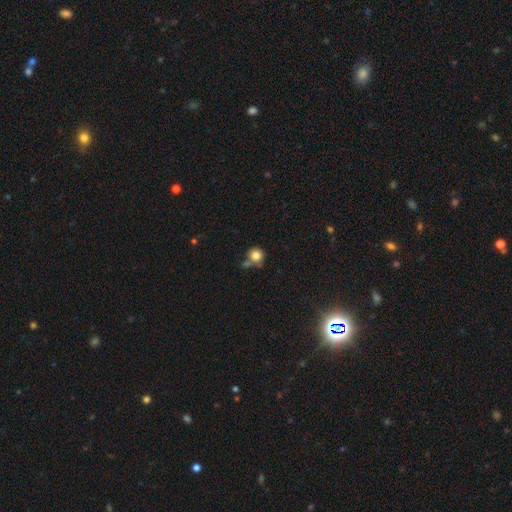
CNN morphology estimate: smooth 81%, star or artifact 10%, featured or disk 8%. Down the decision tree: how rounded — round (90%); merging — none (58%).